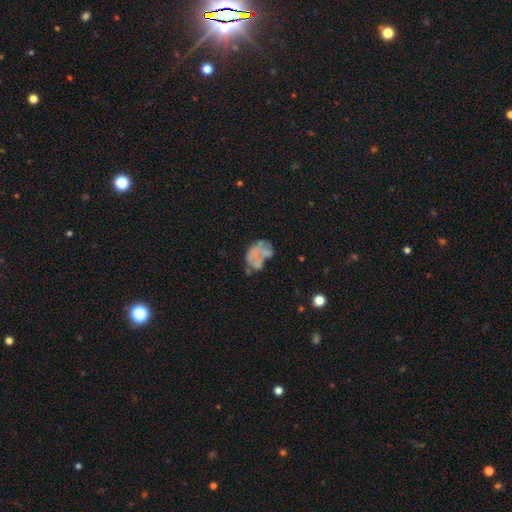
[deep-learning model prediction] Smooth or featured: featured or disk — 47% (smooth — 39%)
Merging: none — 34% (major disturbance — 29%)